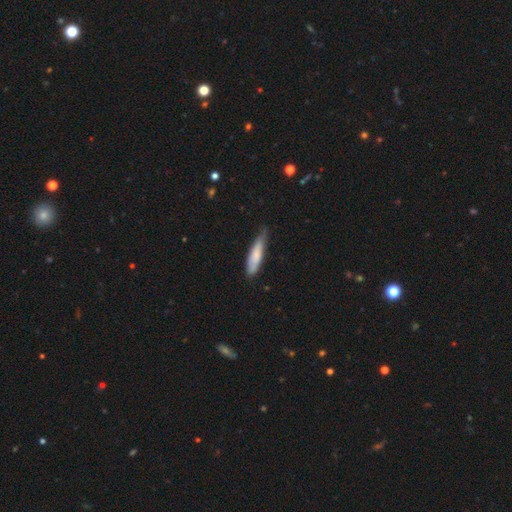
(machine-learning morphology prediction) Smooth or featured: smooth — 76% (featured or disk — 18%)
How rounded: cigar-shaped — 75% (in between — 24%)
Merging: none — 57% (minor disturbance — 36%)